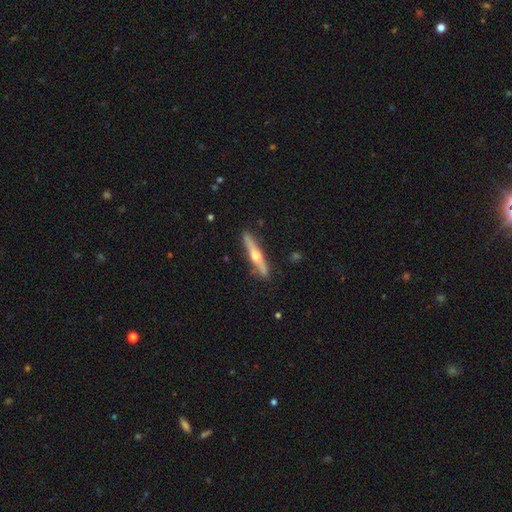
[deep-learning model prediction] Smooth or featured? featured or disk (66%)
Edge-on disk? yes (96%)
Edge-on bulge? rounded (92%)
Merging? none (87%)